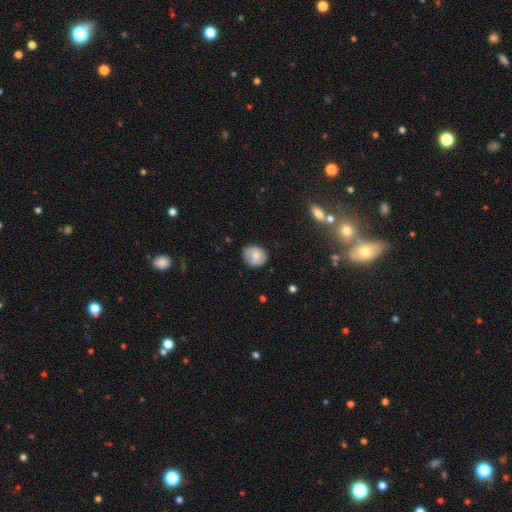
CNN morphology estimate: Q: Smooth or featured?
A: smooth (64%); runner-up: featured or disk (28%)
Q: How rounded?
A: round (65%); runner-up: in between (34%)
Q: Merging?
A: none (74%); runner-up: minor disturbance (20%)